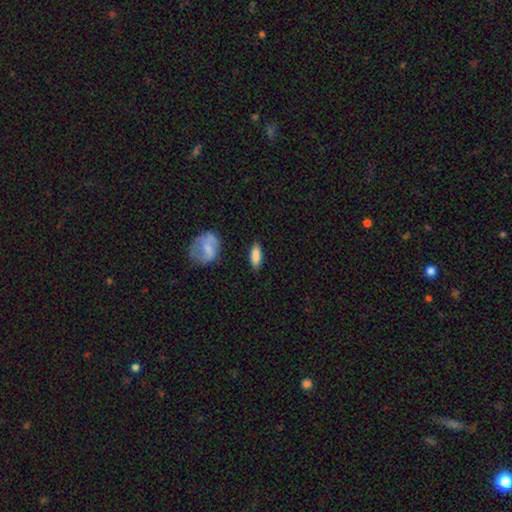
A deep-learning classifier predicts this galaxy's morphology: smooth 85%, featured or disk 9%, star or artifact 6%. Down the decision tree: how rounded — in between (74%); merging — none (83%).